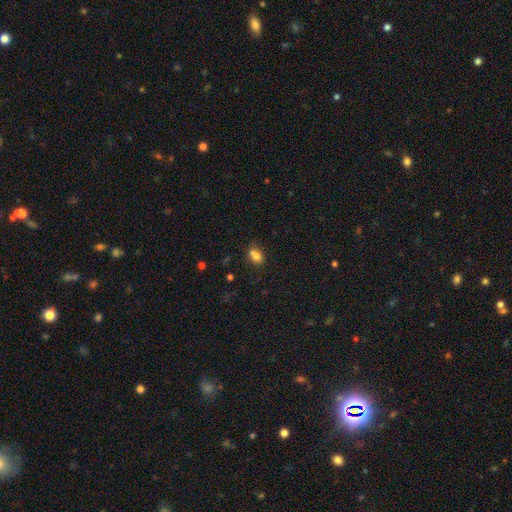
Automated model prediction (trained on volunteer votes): A smooth galaxy with no disk features (76%) that is in between round and cigar-shaped (68%). Merging: none (43%).